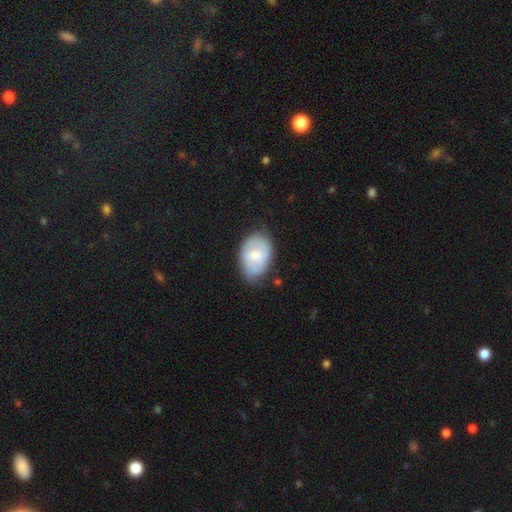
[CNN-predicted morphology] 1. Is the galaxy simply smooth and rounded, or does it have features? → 57% smooth, 37% featured or disk, 6% star or artifact.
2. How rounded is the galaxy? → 83% in between, 16% round, 1% cigar-shaped.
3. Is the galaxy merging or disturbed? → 66% none, 26% minor disturbance, 6% major disturbance, 2% merger.